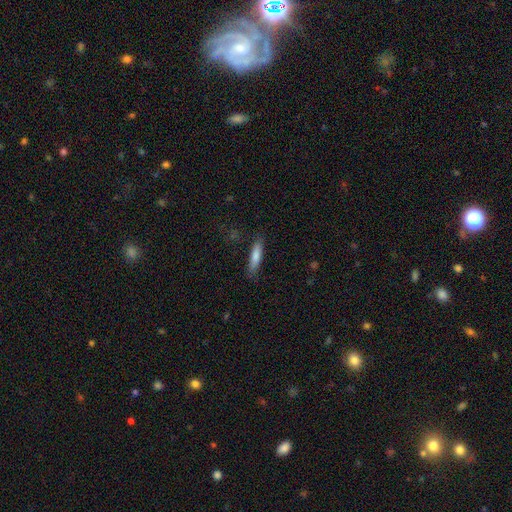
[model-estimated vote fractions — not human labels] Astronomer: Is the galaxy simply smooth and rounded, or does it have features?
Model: smooth — 77%.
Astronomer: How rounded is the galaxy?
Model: cigar-shaped — 82%.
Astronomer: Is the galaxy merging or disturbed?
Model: none — 84%.